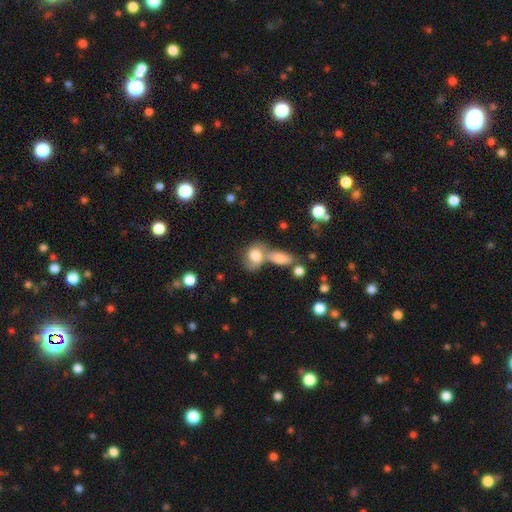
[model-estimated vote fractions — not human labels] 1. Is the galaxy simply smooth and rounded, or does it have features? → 77% smooth, 14% featured or disk, 9% star or artifact.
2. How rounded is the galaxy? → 60% in between, 38% round, 3% cigar-shaped.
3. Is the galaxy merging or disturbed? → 50% merger, 31% none, 12% minor disturbance, 7% major disturbance.